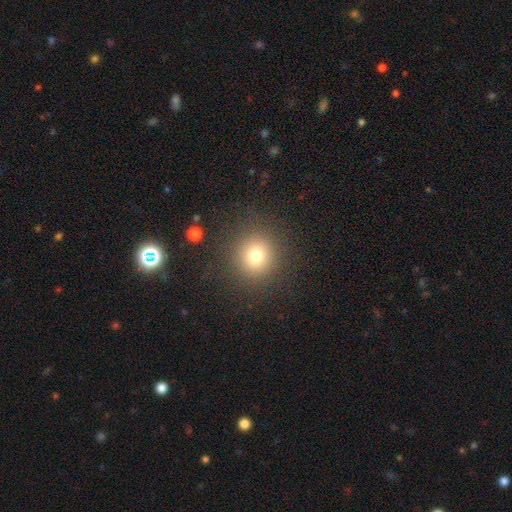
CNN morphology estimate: A smooth galaxy with no disk features (76%) that is round (91%).

Vote fractions:
- Smooth or featured? smooth: 76% / star or artifact: 15% / featured or disk: 9%
- How rounded? round: 91% / in between: 8% / cigar-shaped: 1%
- Merging? none: 88% / minor disturbance: 7% / major disturbance: 4% / merger: 1%